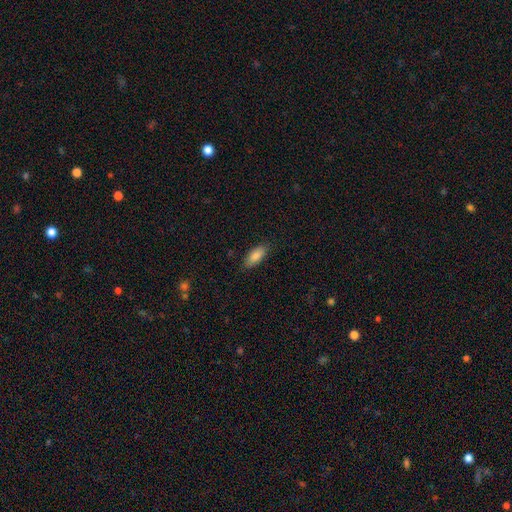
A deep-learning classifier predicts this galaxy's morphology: Smooth or featured? Predicted: smooth (p=0.86). How rounded? Predicted: in between (p=0.84). Merging? Predicted: none (p=0.85).